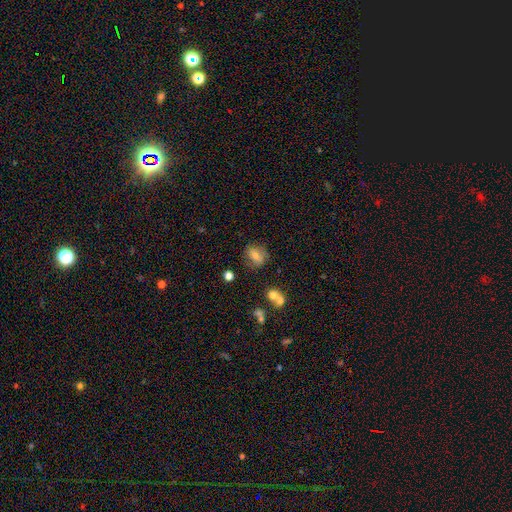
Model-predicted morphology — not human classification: type=smooth (68%); roundness=in between (64%); merging=none (71%).